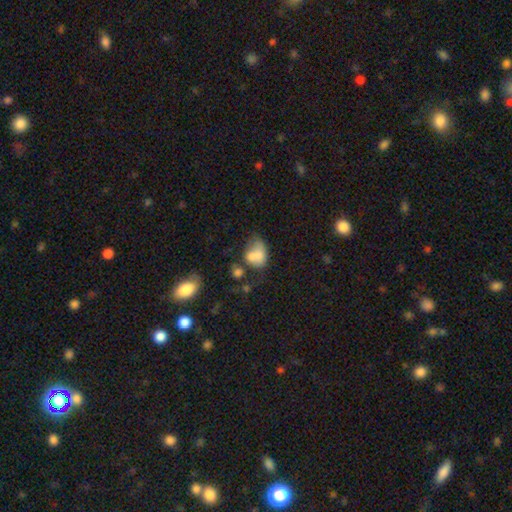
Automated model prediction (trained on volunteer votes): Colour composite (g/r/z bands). It shows a smooth galaxy with no disk features (67%) that is in between round and cigar-shaped (71%). Merging: merger (45%).